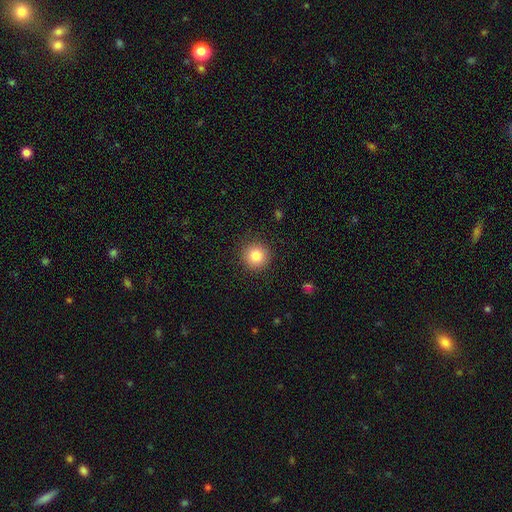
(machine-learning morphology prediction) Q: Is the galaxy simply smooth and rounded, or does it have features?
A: smooth — 83%.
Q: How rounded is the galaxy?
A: round — 95%.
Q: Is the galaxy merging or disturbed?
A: none — 91%.